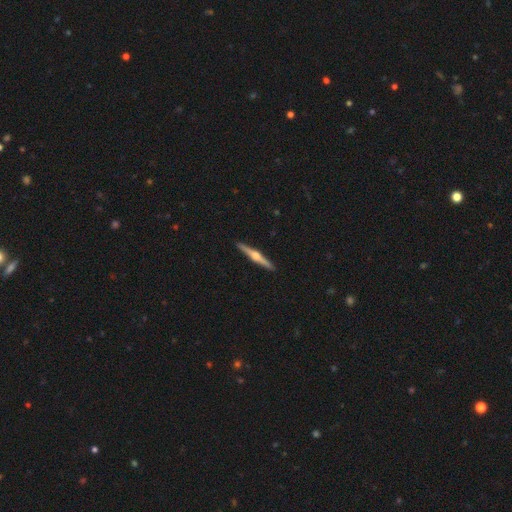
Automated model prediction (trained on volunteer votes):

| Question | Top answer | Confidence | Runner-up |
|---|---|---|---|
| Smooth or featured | featured or disk | 78% | smooth (17%) |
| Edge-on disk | yes | 99% | no (1%) |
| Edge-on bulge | rounded | 94% | boxy (3%) |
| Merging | none | 93% | minor disturbance (5%) |